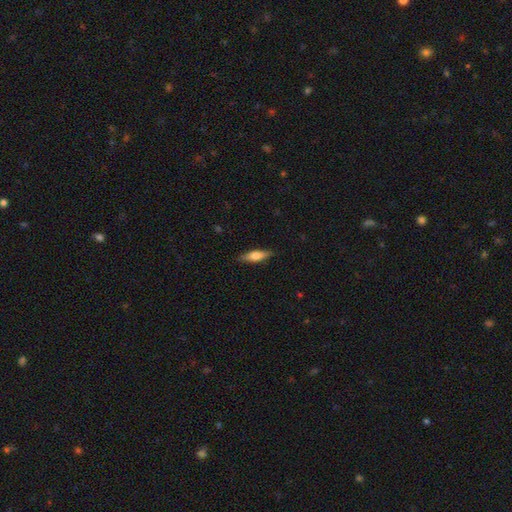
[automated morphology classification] Smooth or featured? smooth (57%)
How rounded? cigar-shaped (59%)
Merging? none (87%)